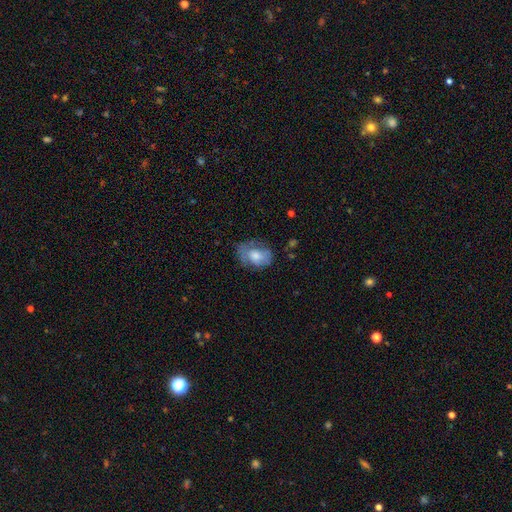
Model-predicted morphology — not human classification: Q: Smooth or featured?
A: smooth (66%); runner-up: featured or disk (27%)
Q: How rounded?
A: in between (78%); runner-up: round (20%)
Q: Merging?
A: none (51%); runner-up: minor disturbance (31%)